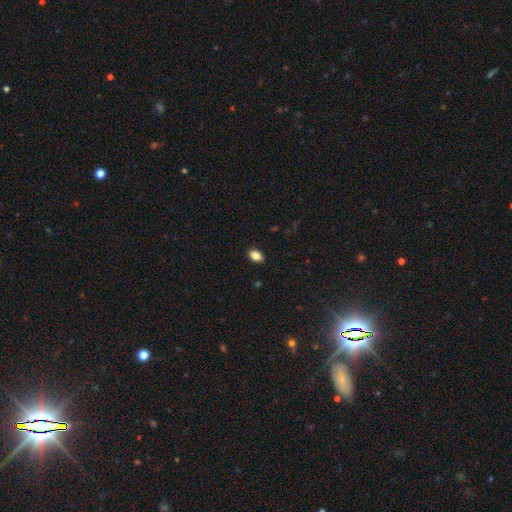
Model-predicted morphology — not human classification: Smooth or featured? Predicted: smooth (p=0.85). How rounded? Predicted: in between (p=0.87). Merging? Predicted: none (p=0.89).